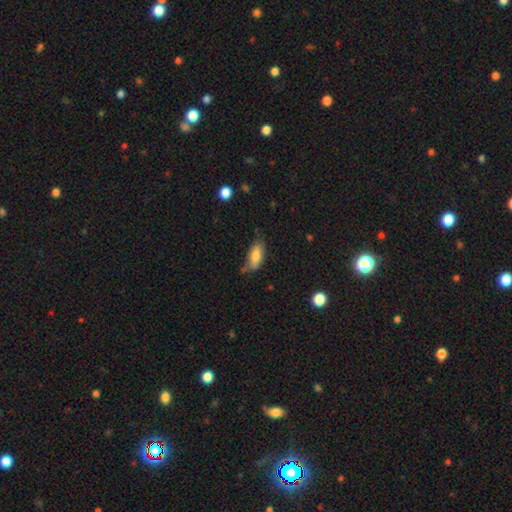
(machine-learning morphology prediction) smooth-or-featured: smooth: 80% | featured or disk: 13% | star or artifact: 7%
  how-rounded: in between: 78% | cigar-shaped: 19% | round: 2%
  merging: none: 67% | minor disturbance: 24% | major disturbance: 5% | merger: 4%